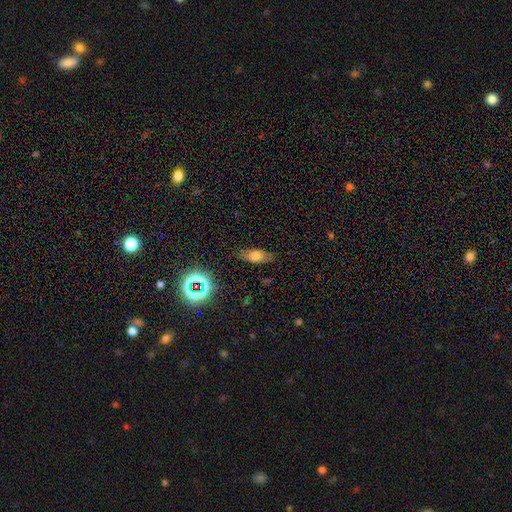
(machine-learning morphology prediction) smooth-or-featured: smooth: 64% | featured or disk: 21% | star or artifact: 15%
  how-rounded: in between: 74% | cigar-shaped: 19% | round: 6%
  merging: none: 80% | minor disturbance: 14% | major disturbance: 4% | merger: 2%